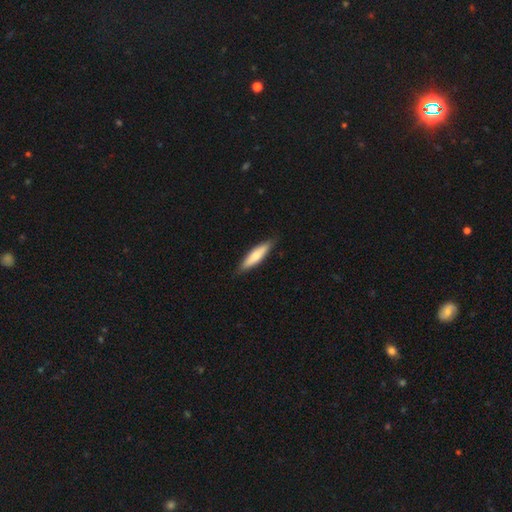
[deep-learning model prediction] Smooth or featured: smooth — 70% (featured or disk — 25%)
How rounded: cigar-shaped — 73% (in between — 25%)
Merging: none — 86% (minor disturbance — 11%)